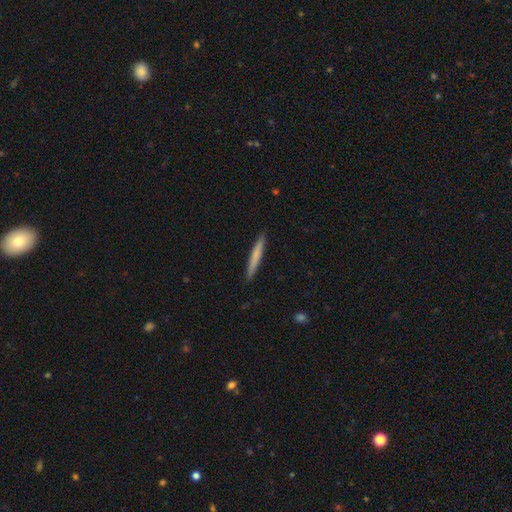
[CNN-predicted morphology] Smooth or featured?
  - smooth: 69% *
  - featured or disk: 26%
  - star or artifact: 5%
How rounded?
  - cigar-shaped: 96% *
  - in between: 2%
  - round: 1%
Merging?
  - none: 91% *
  - minor disturbance: 6%
  - major disturbance: 1%
  - merger: 1%